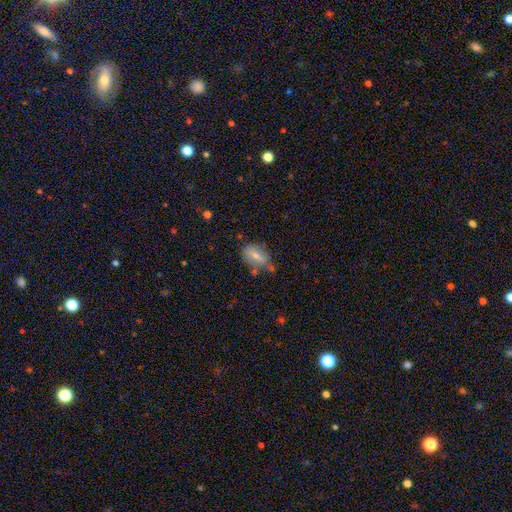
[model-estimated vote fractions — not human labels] The model was most divided on "merging": none: 52%, minor disturbance: 31%, major disturbance: 9%, merger: 7%. More confident: how rounded — in between (85%); smooth or featured — smooth (67%).